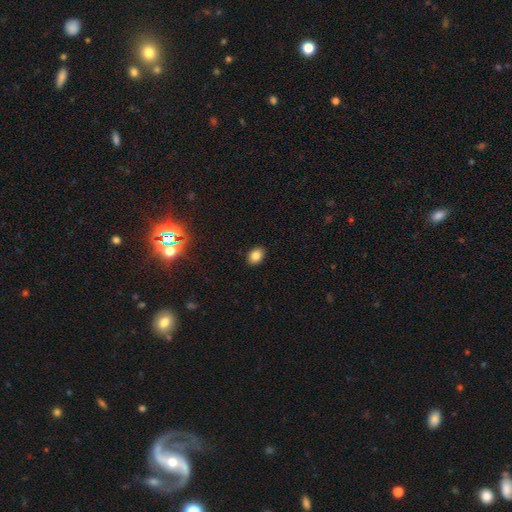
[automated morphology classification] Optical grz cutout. It shows a smooth galaxy with no disk features (83%) that is in between round and cigar-shaped (69%). Merging: none (90%).